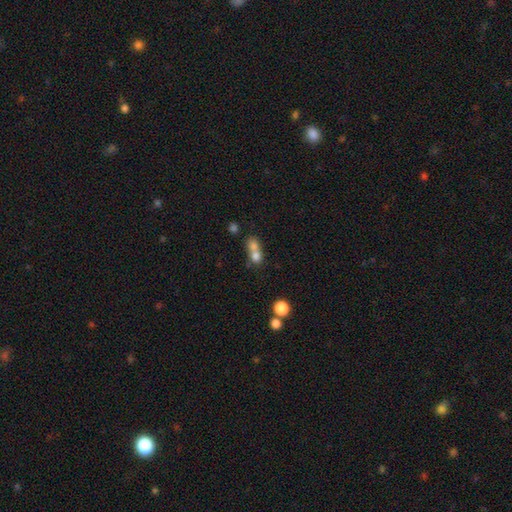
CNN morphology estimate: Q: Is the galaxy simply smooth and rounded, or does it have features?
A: smooth — 73%.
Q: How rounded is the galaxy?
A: round — 67%.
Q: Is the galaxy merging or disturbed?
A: merger — 65%.